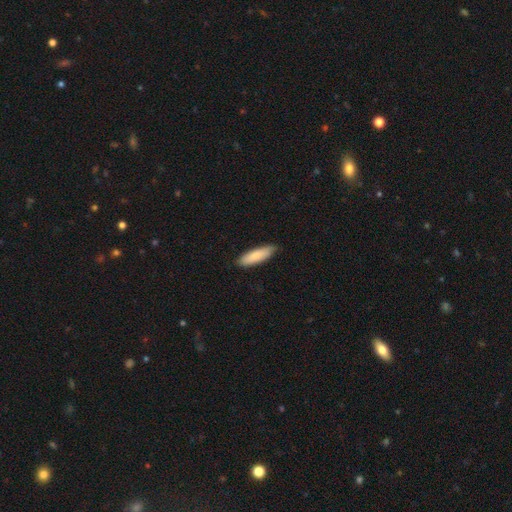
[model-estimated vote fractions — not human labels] smooth_or_featured: smooth (p=0.85) [alt: featured or disk p=0.10]
how_rounded: cigar-shaped (p=0.57) [alt: in between p=0.41]
merging: none (p=0.82) [alt: minor disturbance p=0.15]